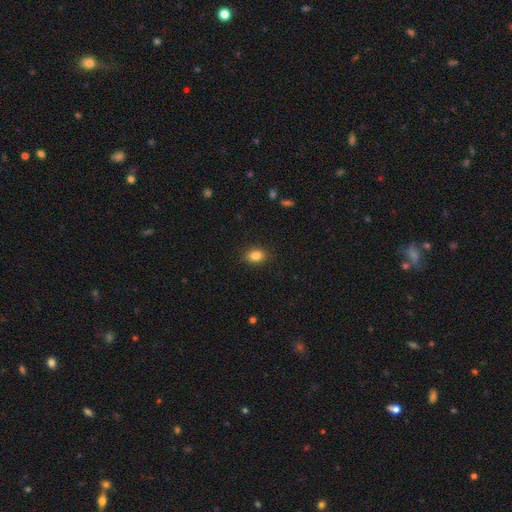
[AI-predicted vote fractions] smooth_or_featured: smooth (p=0.86) [alt: star or artifact p=0.09]
how_rounded: in between (p=0.76) [alt: round p=0.23]
merging: none (p=0.88) [alt: minor disturbance p=0.09]